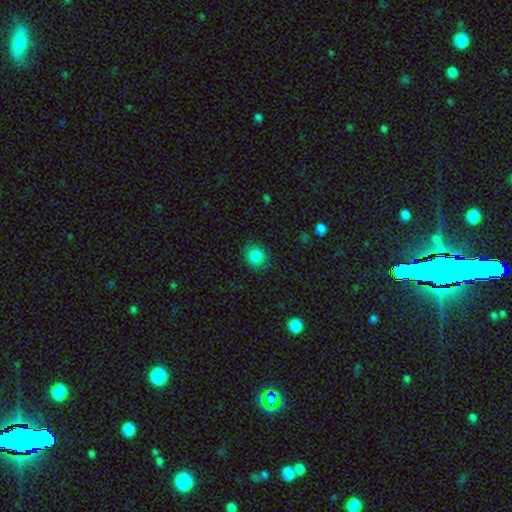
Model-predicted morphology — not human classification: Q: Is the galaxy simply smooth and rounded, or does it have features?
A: smooth — 85%.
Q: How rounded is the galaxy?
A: round — 69%.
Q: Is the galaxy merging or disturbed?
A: none — 85%.